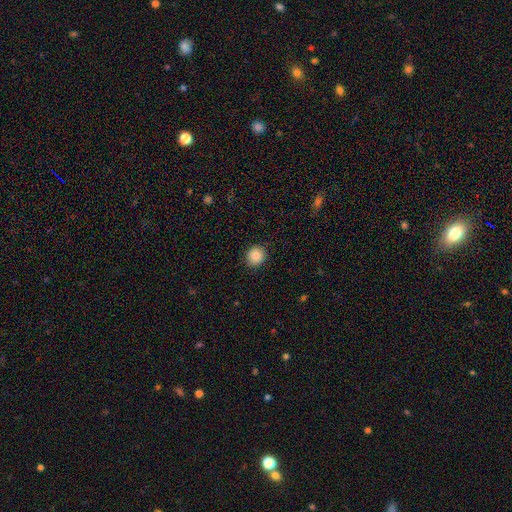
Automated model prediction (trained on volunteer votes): smooth 86%, star or artifact 9%, featured or disk 5%. Down the decision tree: how rounded — round (84%); merging — none (88%).